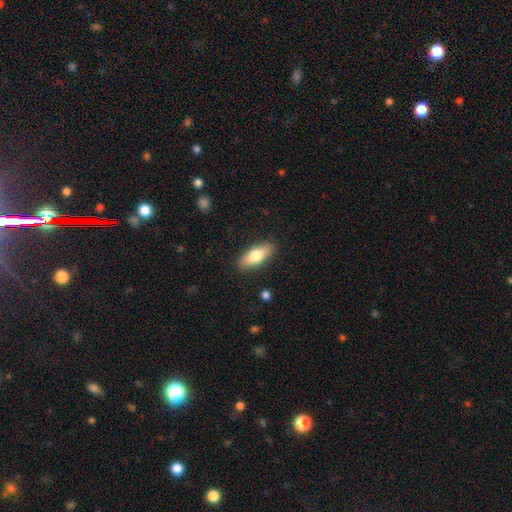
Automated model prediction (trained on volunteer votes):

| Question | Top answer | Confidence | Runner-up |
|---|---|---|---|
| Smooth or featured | smooth | 73% | featured or disk (21%) |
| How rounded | in between | 73% | cigar-shaped (24%) |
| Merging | none | 87% | minor disturbance (9%) |